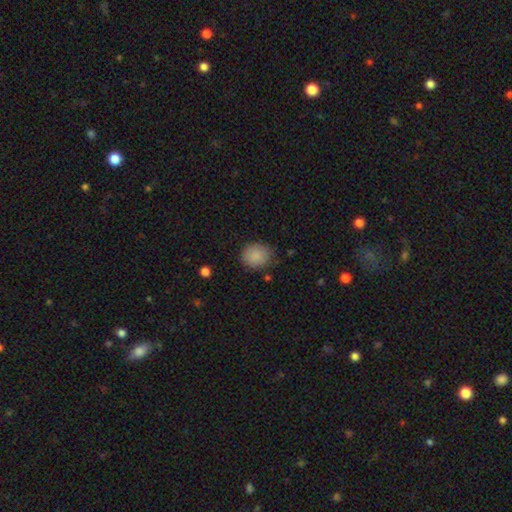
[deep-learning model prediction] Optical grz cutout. It shows a smooth galaxy with no disk features (87%) that is round (67%). Merging: none (81%).